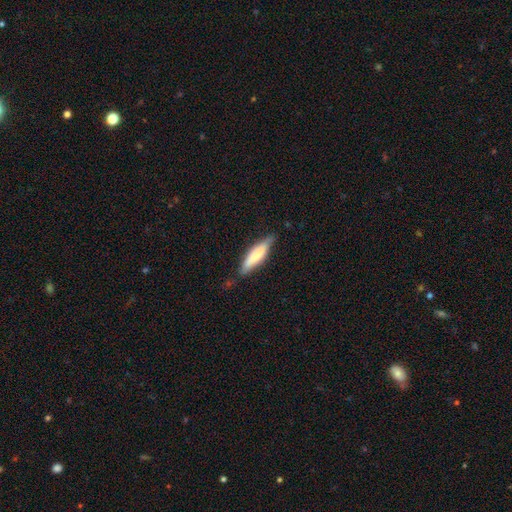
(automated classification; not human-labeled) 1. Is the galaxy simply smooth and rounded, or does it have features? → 69% smooth, 25% featured or disk, 6% star or artifact.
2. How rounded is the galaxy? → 68% cigar-shaped, 31% in between, 1% round.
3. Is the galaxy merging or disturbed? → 73% none, 21% minor disturbance, 4% major disturbance, 2% merger.